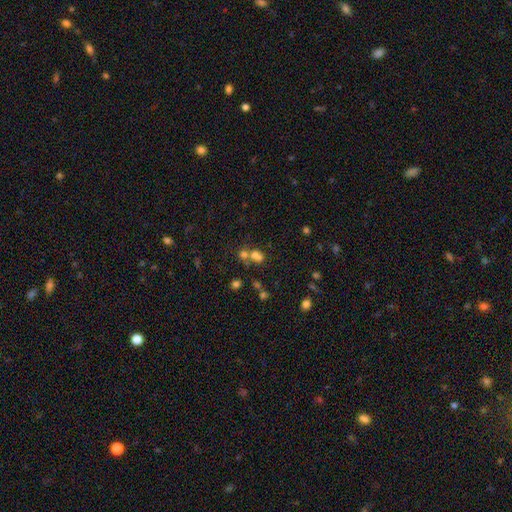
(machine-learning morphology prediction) Smooth or featured? Predicted: smooth (p=0.64). How rounded? Predicted: round (p=0.55). Merging? Predicted: merger (p=0.51).